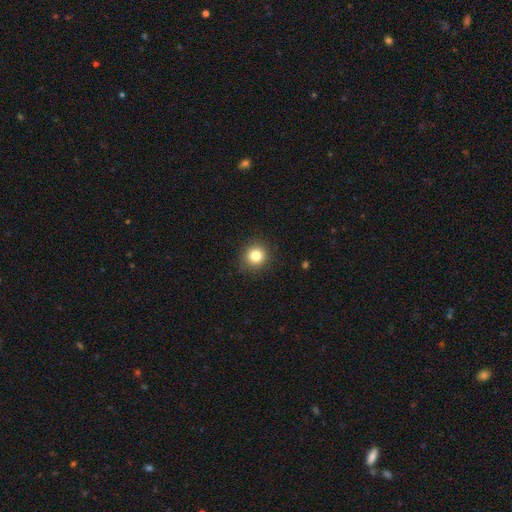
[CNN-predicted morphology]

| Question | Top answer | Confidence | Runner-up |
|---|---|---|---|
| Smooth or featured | smooth | 83% | star or artifact (11%) |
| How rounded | round | 92% | in between (7%) |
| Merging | none | 90% | minor disturbance (7%) |